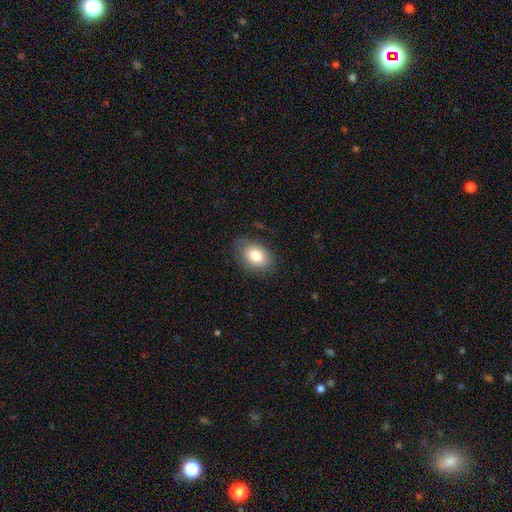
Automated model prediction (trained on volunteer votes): Overall: smooth (83%). How rounded: in between (83%). Merging: none (80%).